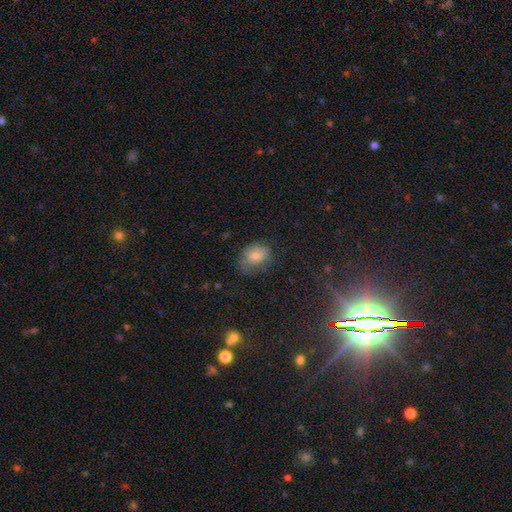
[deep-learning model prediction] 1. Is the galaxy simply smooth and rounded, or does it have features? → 59% smooth, 22% featured or disk, 19% star or artifact.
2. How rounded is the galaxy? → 62% in between, 37% round, 1% cigar-shaped.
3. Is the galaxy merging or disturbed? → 56% none, 29% minor disturbance, 13% major disturbance, 2% merger.